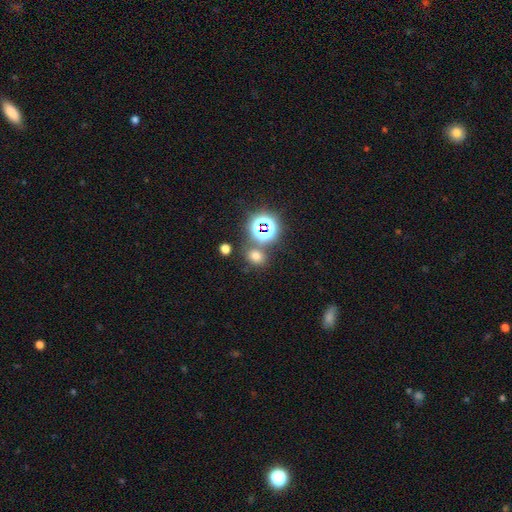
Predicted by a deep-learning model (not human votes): This appears to be a smooth galaxy with no disk features (62%) that is round (54%). Merging: none (72%).